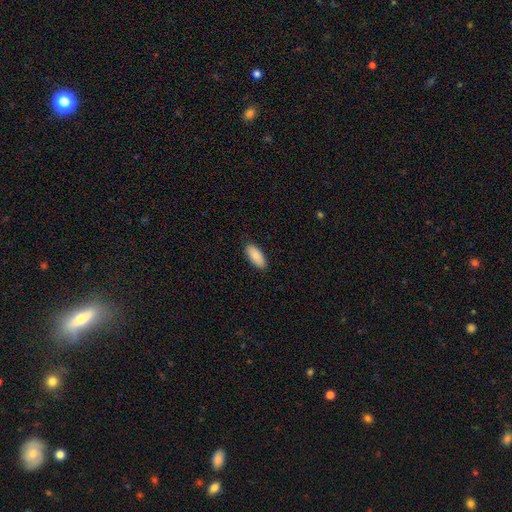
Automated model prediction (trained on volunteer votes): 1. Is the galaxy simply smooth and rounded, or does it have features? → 90% smooth, 6% star or artifact, 5% featured or disk.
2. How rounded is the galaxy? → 85% in between, 13% cigar-shaped, 2% round.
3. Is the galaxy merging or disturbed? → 89% none, 8% minor disturbance, 2% major disturbance, 1% merger.